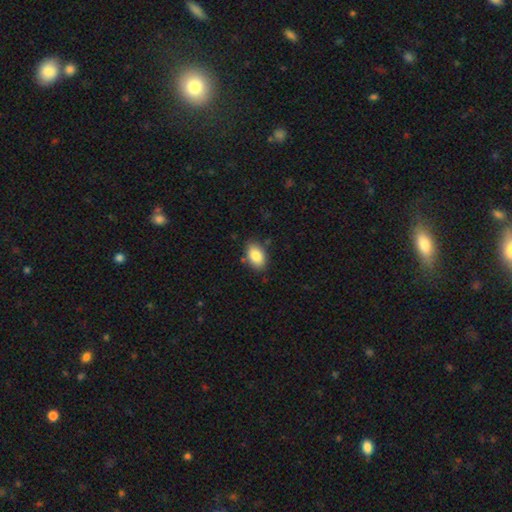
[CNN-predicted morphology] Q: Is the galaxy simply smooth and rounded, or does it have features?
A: smooth — 85%.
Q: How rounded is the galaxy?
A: in between — 91%.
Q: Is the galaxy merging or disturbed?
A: none — 83%.